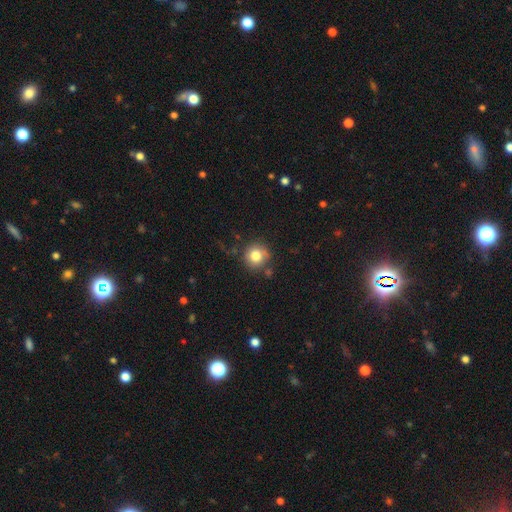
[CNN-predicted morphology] This is clearly a smooth galaxy (81%). How rounded: clearly round (92%). Merging: likely none (78%).